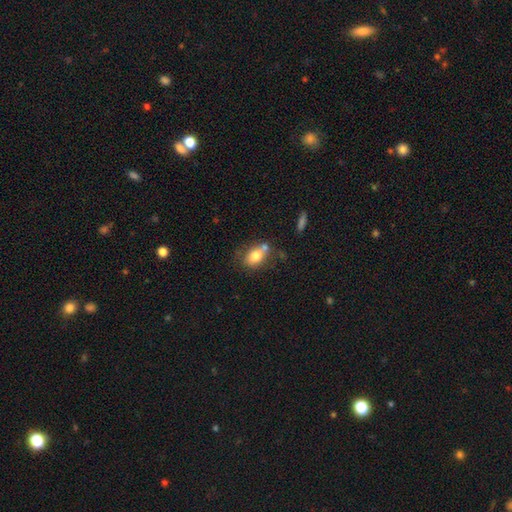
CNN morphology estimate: This appears to be a smooth galaxy with no disk features (74%) that is in between round and cigar-shaped (76%). Merging: none (50%).